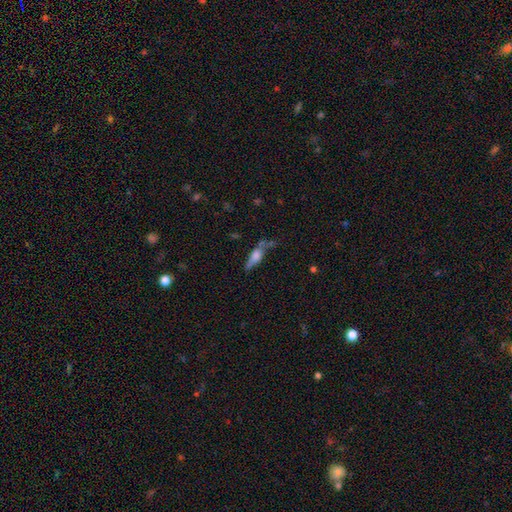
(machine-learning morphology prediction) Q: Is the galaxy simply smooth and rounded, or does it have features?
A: smooth — 55%.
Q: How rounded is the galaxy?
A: cigar-shaped — 52%.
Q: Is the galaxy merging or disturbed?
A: none — 48%.